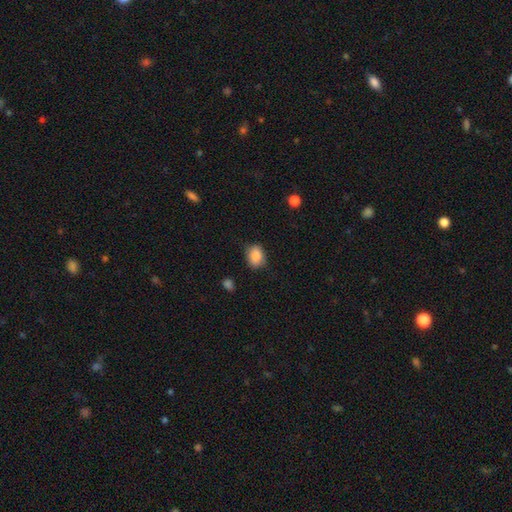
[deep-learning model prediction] A smooth galaxy with no disk features (85%) that is in between round and cigar-shaped (62%).

Vote fractions:
- Smooth or featured? smooth: 85% / star or artifact: 8% / featured or disk: 7%
- How rounded? in between: 62% / round: 37% / cigar-shaped: 1%
- Merging? none: 75% / minor disturbance: 19% / major disturbance: 4% / merger: 2%